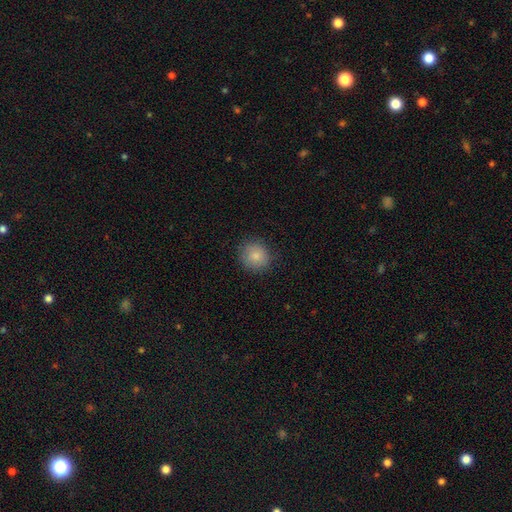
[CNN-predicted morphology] Smooth or featured? Predicted: smooth (p=0.85). How rounded? Predicted: round (p=0.90). Merging? Predicted: none (p=0.85).